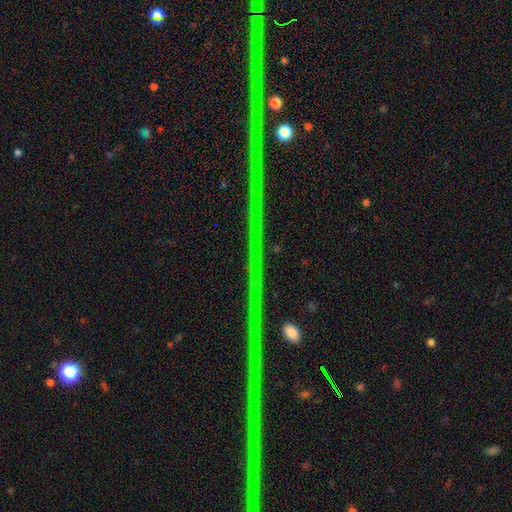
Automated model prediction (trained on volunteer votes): Smooth or featured? Predicted: star or artifact (p=0.76).